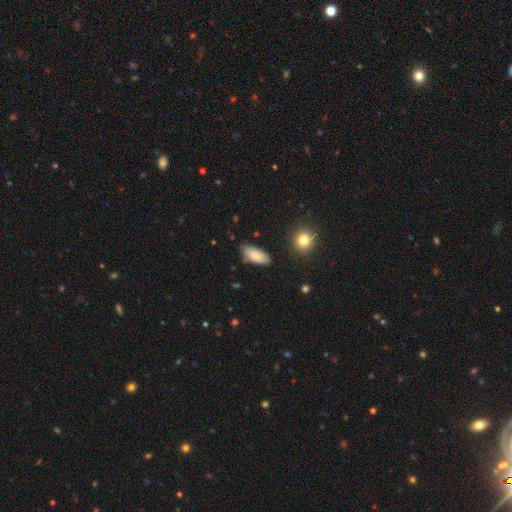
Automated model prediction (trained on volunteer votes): Overall: smooth (83%). How rounded: in between (85%). Merging: none (78%).